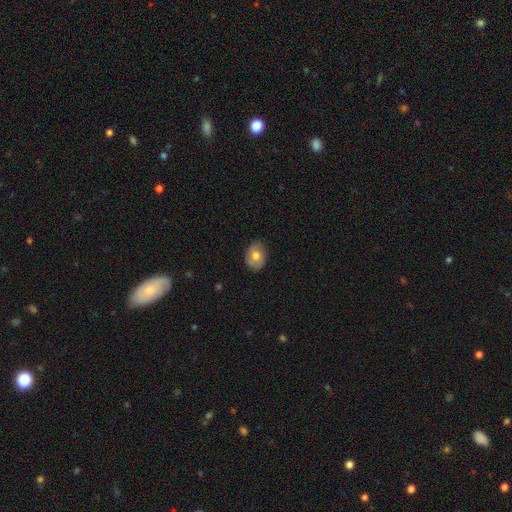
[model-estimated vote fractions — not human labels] A smooth galaxy with no disk features (68%) that is in between round and cigar-shaped (65%).

Vote fractions:
- Smooth or featured? smooth: 68% / featured or disk: 24% / star or artifact: 8%
- How rounded? in between: 65% / round: 33% / cigar-shaped: 1%
- Merging? none: 79% / minor disturbance: 17% / major disturbance: 3% / merger: 1%